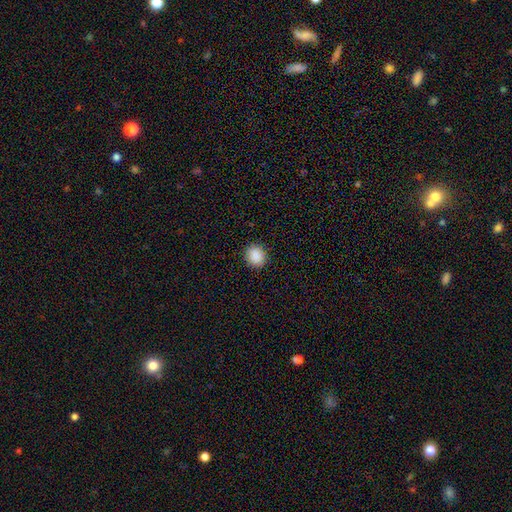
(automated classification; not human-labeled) A smooth galaxy with no disk features (89%) that is round (78%).

Vote fractions:
- Smooth or featured? smooth: 89% / star or artifact: 8% / featured or disk: 2%
- How rounded? round: 78% / in between: 21% / cigar-shaped: 1%
- Merging? none: 91% / minor disturbance: 7% / major disturbance: 2% / merger: 1%